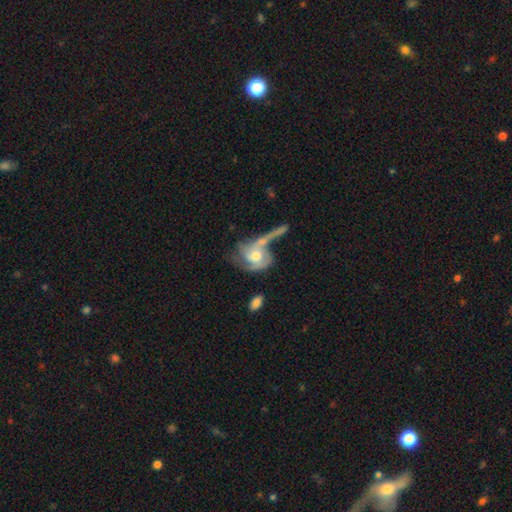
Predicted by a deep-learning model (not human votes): smooth-or-featured: featured or disk: 72% | smooth: 22% | star or artifact: 6%
  disk-edge-on: no: 95% | yes: 5%
    bar: no: 69% | weak: 25% | strong: 6%
    has-spiral-arms: yes: 83% | no: 17%
      spiral-winding: medium: 39% | loose: 38% | tight: 23%
      spiral-arm-count: 2: 47% | can't tell: 20% | 1: 16% | 3: 11% | 4: 3% | more than 4: 3%
    bulge-size: moderate: 68% | small: 19% | large: 9% | none: 2% | dominant: 1%
  merging: major disturbance: 30% | merger: 28% | none: 27% | minor disturbance: 15%